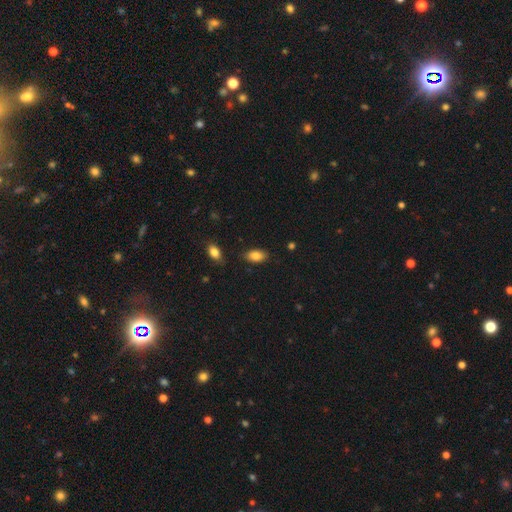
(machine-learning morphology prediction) type=smooth (84%); roundness=in between (92%); merging=none (84%).